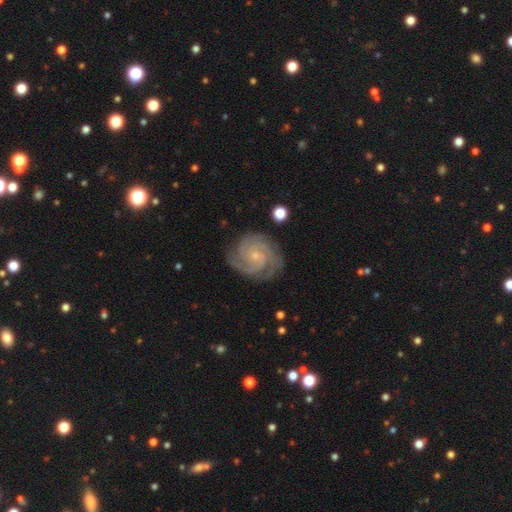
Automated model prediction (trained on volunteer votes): Morphology: type=featured or disk (90%); edge-on=no (98%); bar=no (73%); spiral arms=yes (98%); winding=tight (71%); arm count=3 (42%); bulge=small (80%); merging=none (80%).